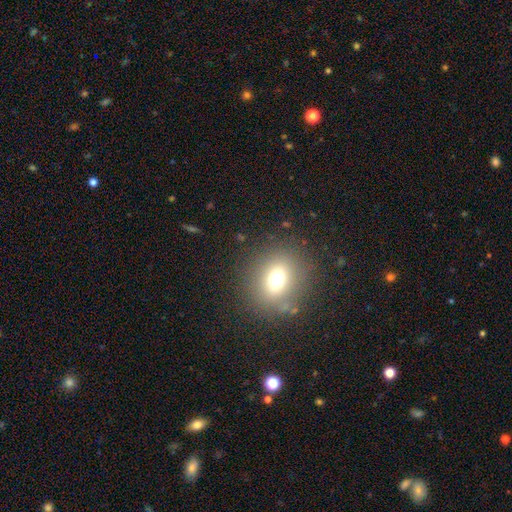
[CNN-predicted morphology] A smooth galaxy with no disk features (64%) that is round (56%).

Vote fractions:
- Smooth or featured? smooth: 64% / star or artifact: 20% / featured or disk: 16%
- How rounded? round: 56% / in between: 41% / cigar-shaped: 2%
- Merging? none: 85% / minor disturbance: 9% / major disturbance: 3% / merger: 2%